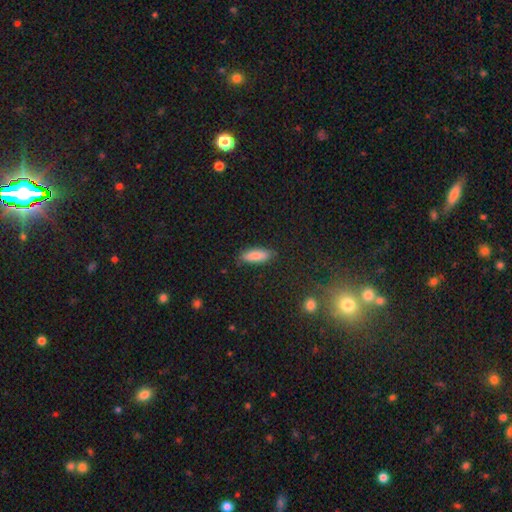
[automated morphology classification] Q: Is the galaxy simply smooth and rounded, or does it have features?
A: smooth — 83%.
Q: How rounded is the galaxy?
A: in between — 64%.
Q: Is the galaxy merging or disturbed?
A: none — 83%.